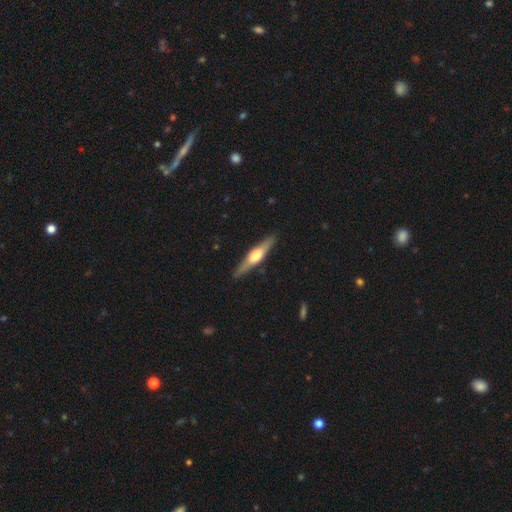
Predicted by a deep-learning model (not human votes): smooth_or_featured: featured or disk (p=0.65) [alt: smooth p=0.30]
disk_edge_on: yes (p=0.96) [alt: no p=0.04]
edge_on_bulge: rounded (p=0.86) [alt: boxy p=0.10]
merging: none (p=0.88) [alt: minor disturbance p=0.09]